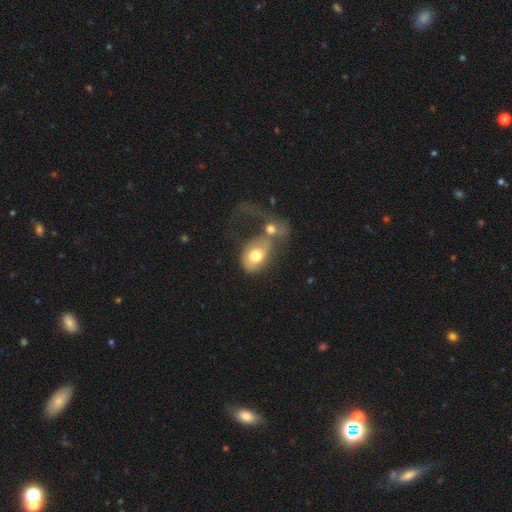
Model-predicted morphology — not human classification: Smooth or featured? Predicted: smooth (p=0.56). How rounded? Predicted: in between (p=0.71). Merging? Predicted: merger (p=0.59).